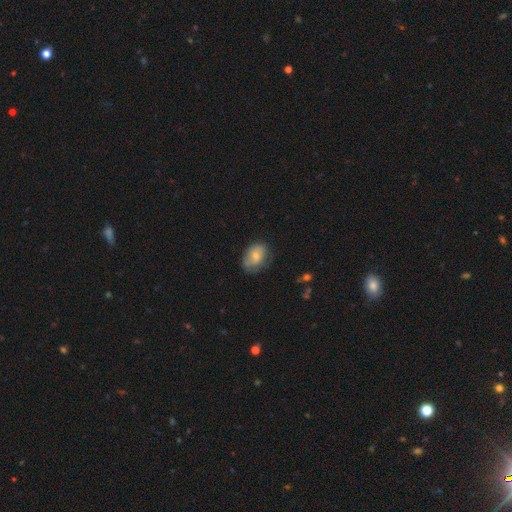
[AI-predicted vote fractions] A smooth galaxy with no disk features (71%) that is in between round and cigar-shaped (79%).

Vote fractions:
- Smooth or featured? smooth: 71% / featured or disk: 21% / star or artifact: 7%
- How rounded? in between: 79% / round: 20% / cigar-shaped: 1%
- Merging? none: 60% / minor disturbance: 29% / major disturbance: 10% / merger: 2%